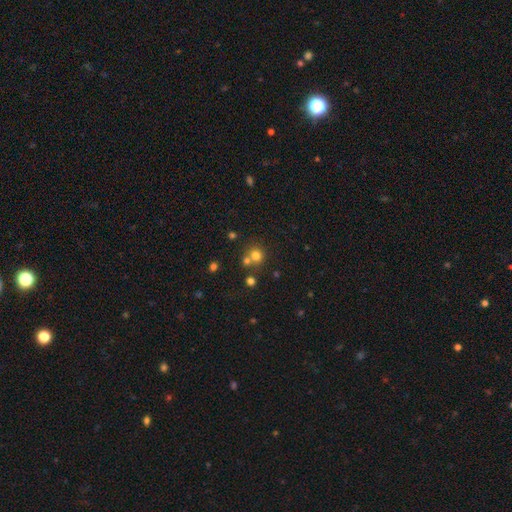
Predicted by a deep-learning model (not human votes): smooth_or_featured: smooth (p=0.73) [alt: star or artifact p=0.17]
how_rounded: round (p=0.87) [alt: in between p=0.12]
merging: none (p=0.58) [alt: merger p=0.31]